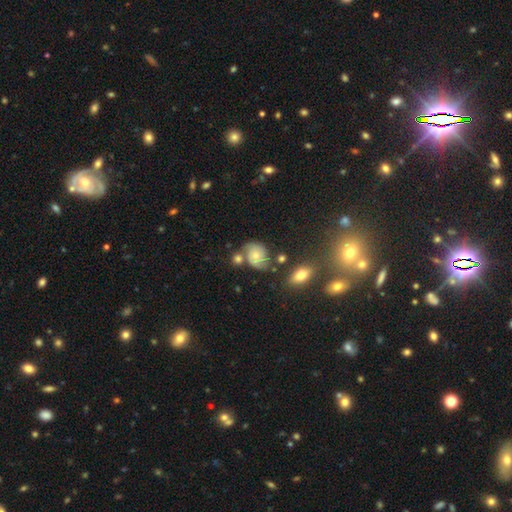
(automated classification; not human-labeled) A smooth galaxy with no disk features (45%).

Vote fractions:
- Smooth or featured? smooth: 45% / featured or disk: 44% / star or artifact: 11%
- Merging? none: 54% / minor disturbance: 21% / merger: 17% / major disturbance: 8%